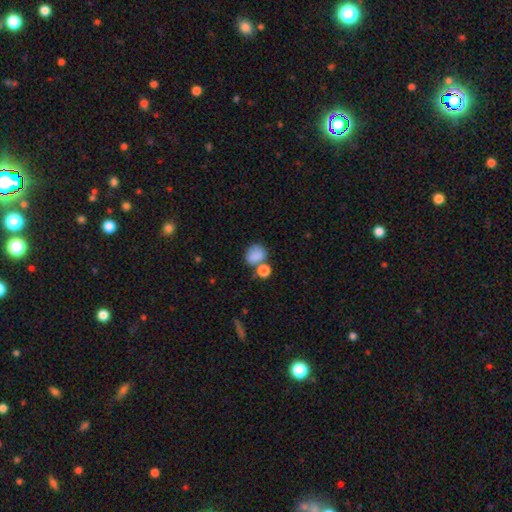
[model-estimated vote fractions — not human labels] Smooth or featured?
  - smooth: 82% *
  - star or artifact: 10%
  - featured or disk: 8%
How rounded?
  - round: 61% *
  - in between: 38%
  - cigar-shaped: 1%
Merging?
  - none: 49% *
  - merger: 29%
  - minor disturbance: 15%
  - major disturbance: 7%